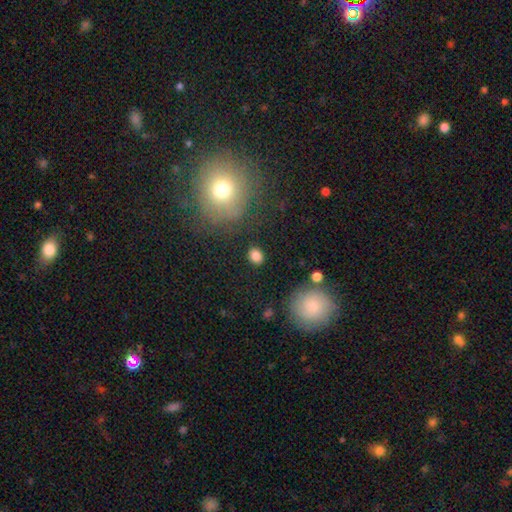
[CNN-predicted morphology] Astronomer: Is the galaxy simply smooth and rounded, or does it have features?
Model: smooth — 84%.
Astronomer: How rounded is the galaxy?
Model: round — 51% (runner-up: in between, 48%).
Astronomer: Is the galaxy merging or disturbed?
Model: none — 86%.